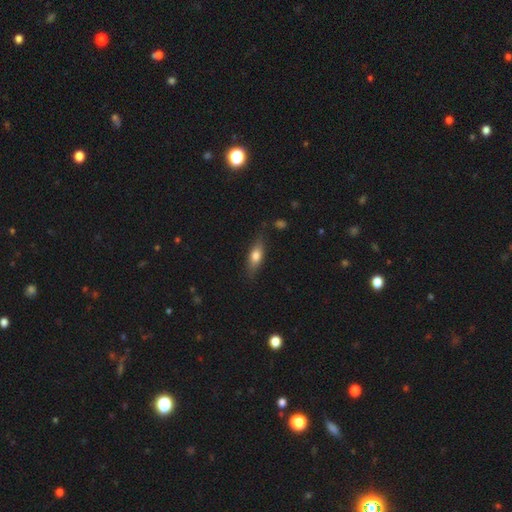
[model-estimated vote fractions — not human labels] A smooth galaxy with no disk features (67%) that is in between round and cigar-shaped (61%). Merging: none (78%).